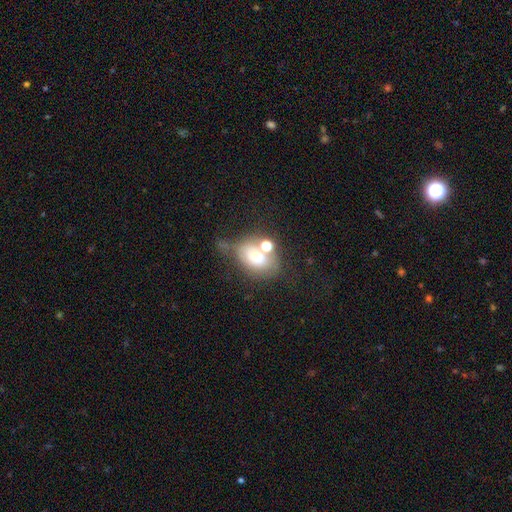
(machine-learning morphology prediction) Smooth or featured?
  - smooth: 63% *
  - featured or disk: 24%
  - star or artifact: 13%
How rounded?
  - in between: 69% *
  - round: 30%
  - cigar-shaped: 2%
Merging?
  - none: 36% *
  - merger: 30%
  - minor disturbance: 18%
  - major disturbance: 15%